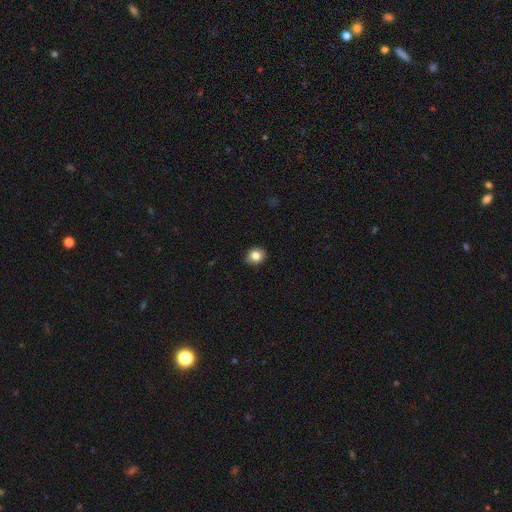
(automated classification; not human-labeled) smooth-or-featured: smooth: 82% | star or artifact: 9% | featured or disk: 9%
  how-rounded: round: 64% | in between: 35% | cigar-shaped: 1%
  merging: none: 89% | minor disturbance: 8% | major disturbance: 2% | merger: 1%